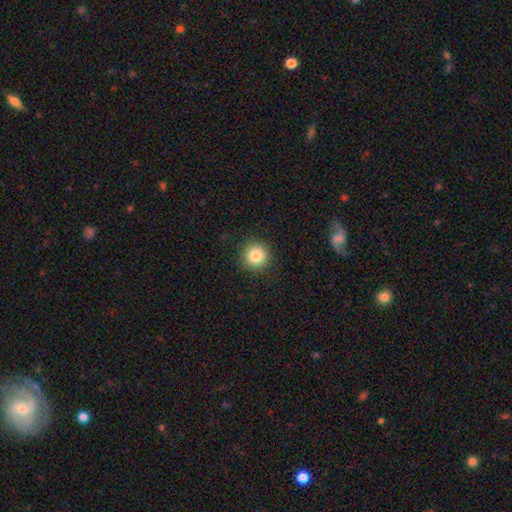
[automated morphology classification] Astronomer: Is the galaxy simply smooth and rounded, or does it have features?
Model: smooth — 84%.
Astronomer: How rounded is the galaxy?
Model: round — 94%.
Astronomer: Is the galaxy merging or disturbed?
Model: none — 91%.